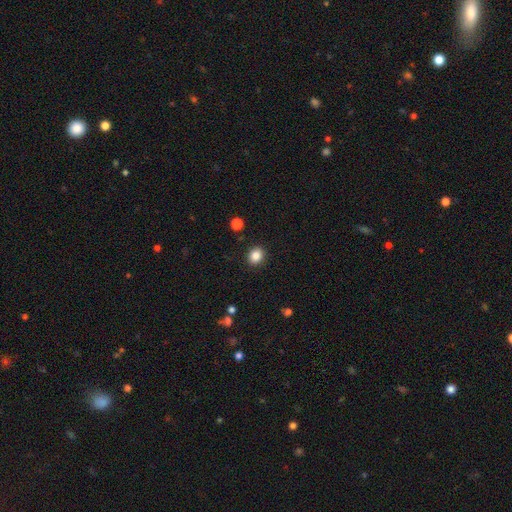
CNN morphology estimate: This is clearly a smooth galaxy (85%). How rounded: likely round (64%). Merging: clearly none (90%).